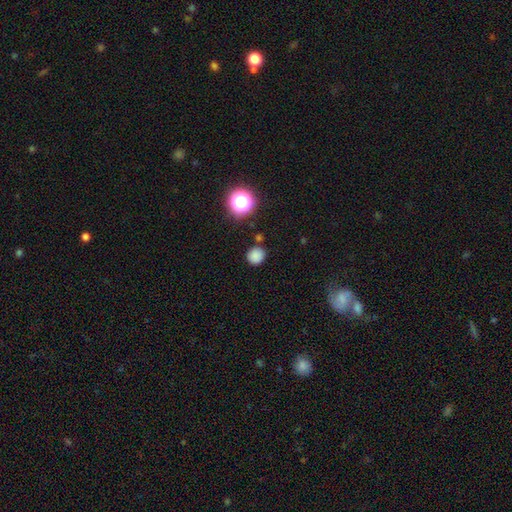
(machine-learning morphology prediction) Smooth or featured: smooth — 81% (star or artifact — 15%)
How rounded: round — 88% (in between — 11%)
Merging: none — 83% (minor disturbance — 10%)